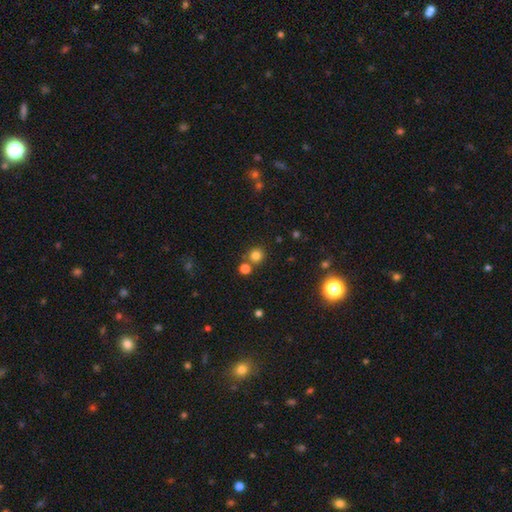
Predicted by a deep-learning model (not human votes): smooth_or_featured: smooth (p=0.77) [alt: star or artifact p=0.17]
how_rounded: round (p=0.90) [alt: in between p=0.09]
merging: none (p=0.72) [alt: merger p=0.18]